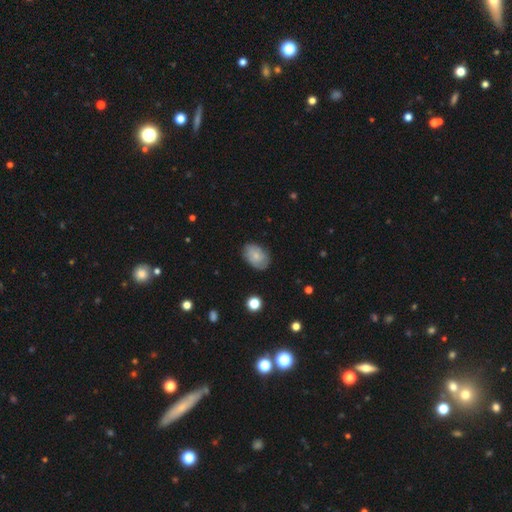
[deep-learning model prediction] A smooth galaxy with no disk features (62%) that is in between round and cigar-shaped (82%). Merging: none (78%).